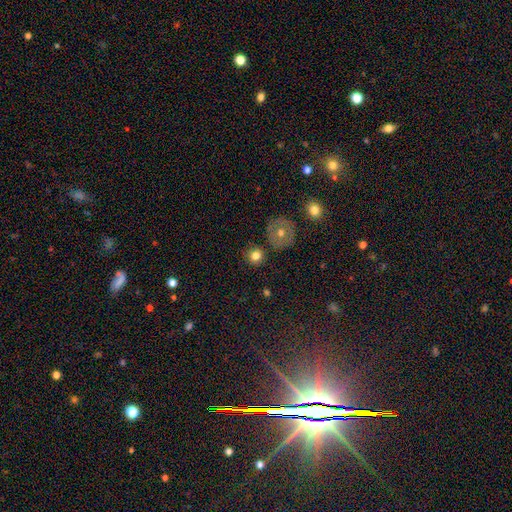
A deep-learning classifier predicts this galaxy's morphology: Smooth or featured: smooth — 79% (star or artifact — 11%)
How rounded: round — 92% (in between — 7%)
Merging: none — 83% (minor disturbance — 9%)